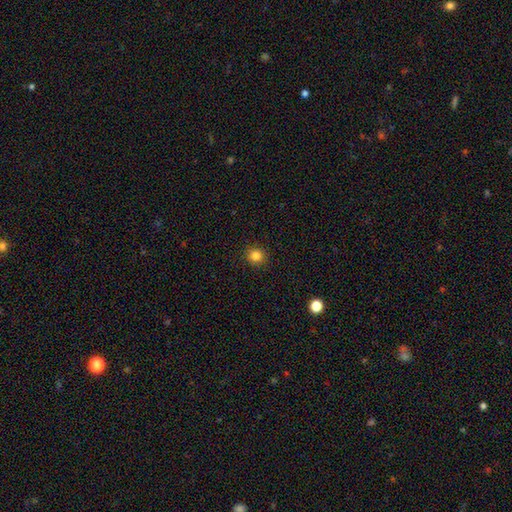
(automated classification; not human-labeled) This appears to be a smooth galaxy with no disk features (83%) that is round (92%). Merging: none (92%).